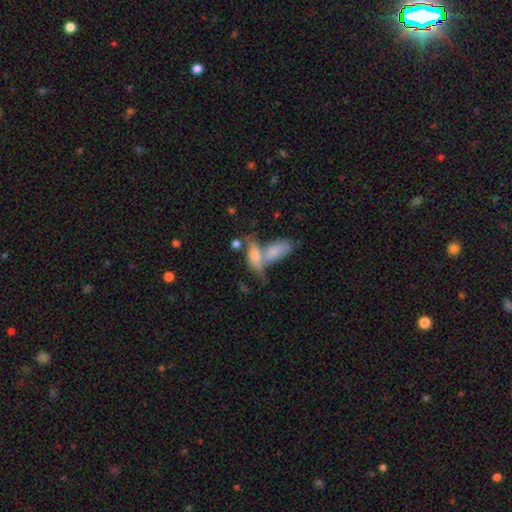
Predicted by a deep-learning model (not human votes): Overall: smooth (69%). How rounded: in between (81%). Merging: merger (62%; none 24%).